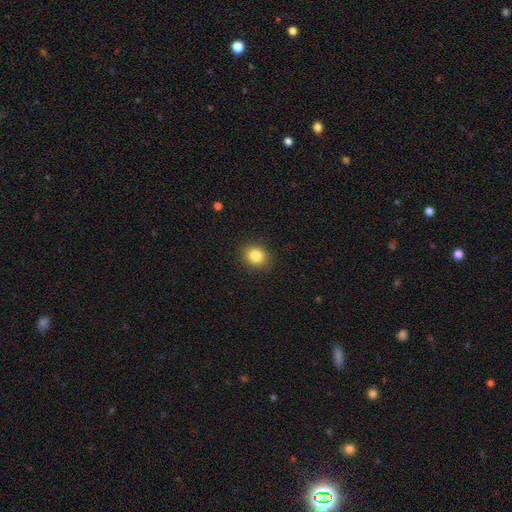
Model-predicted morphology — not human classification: type=smooth (84%); roundness=round (64%); merging=none (89%).